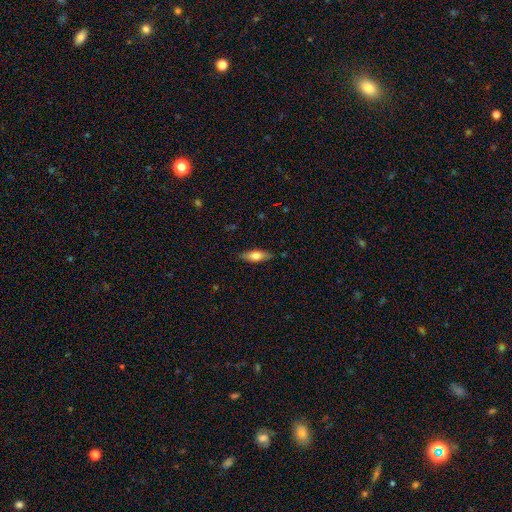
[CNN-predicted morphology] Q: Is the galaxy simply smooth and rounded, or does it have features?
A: smooth — 63%.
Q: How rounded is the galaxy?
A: in between — 58%.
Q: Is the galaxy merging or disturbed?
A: none — 85%.